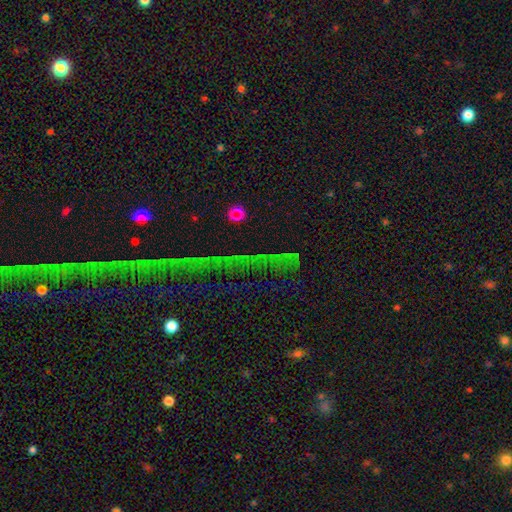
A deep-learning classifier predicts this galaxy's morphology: smooth-or-featured: star or artifact: 63% | smooth: 25% | featured or disk: 11%